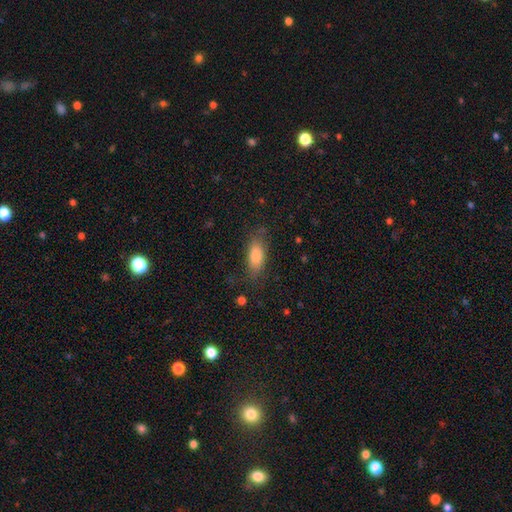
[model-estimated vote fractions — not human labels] Smooth or featured? Predicted: smooth (p=0.80). How rounded? Predicted: in between (p=0.75). Merging? Predicted: none (p=0.75).